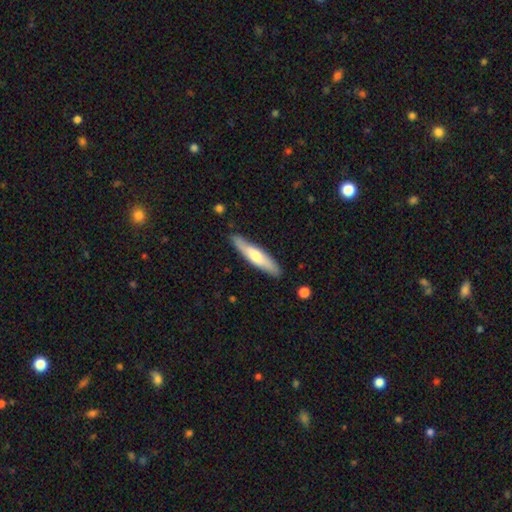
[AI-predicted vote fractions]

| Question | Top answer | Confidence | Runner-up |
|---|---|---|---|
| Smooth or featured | smooth | 56% | featured or disk (39%) |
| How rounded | cigar-shaped | 84% | in between (14%) |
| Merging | none | 86% | minor disturbance (11%) |